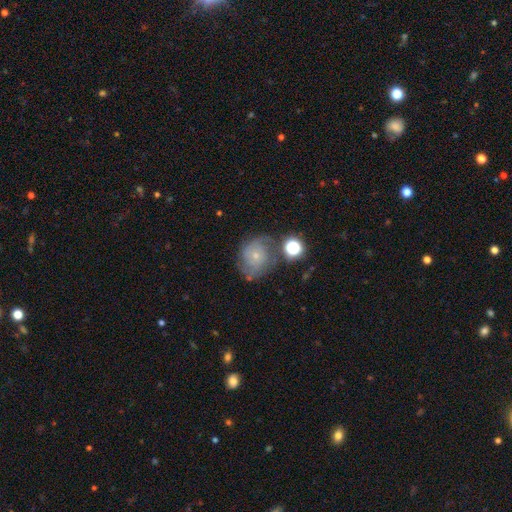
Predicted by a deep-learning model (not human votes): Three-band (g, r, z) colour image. It shows a featured or disk galaxy (54%) with no bar (82%), spiral arms (80%) and a small central bulge (78%). Merging: none (56%).